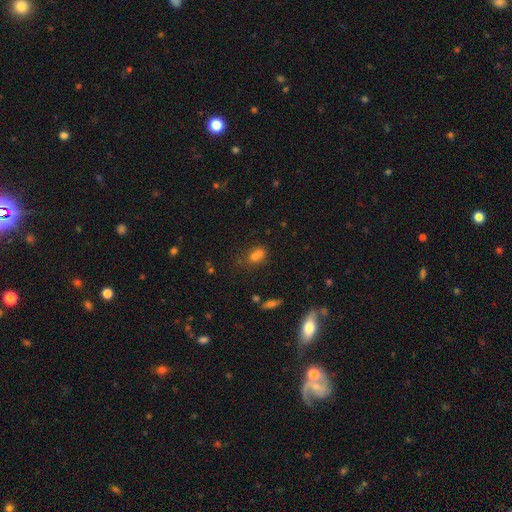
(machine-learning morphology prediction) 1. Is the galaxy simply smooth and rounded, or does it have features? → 60% smooth, 24% star or artifact, 16% featured or disk.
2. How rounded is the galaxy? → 58% round, 39% in between, 3% cigar-shaped.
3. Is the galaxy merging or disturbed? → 47% merger, 37% none, 10% minor disturbance, 5% major disturbance.